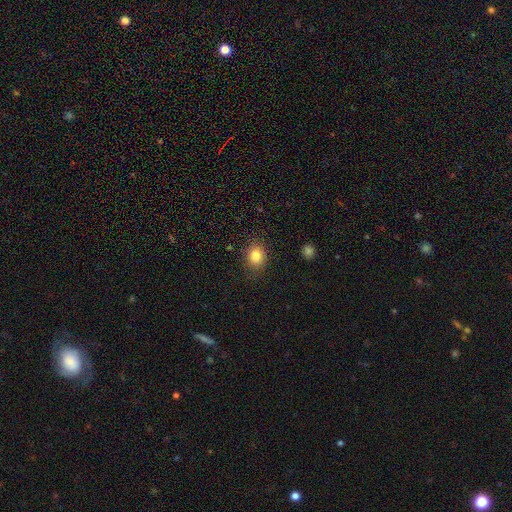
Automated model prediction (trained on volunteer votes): A smooth galaxy with no disk features (84%) that is round (58%).

Vote fractions:
- Smooth or featured? smooth: 84% / star or artifact: 10% / featured or disk: 6%
- How rounded? round: 58% / in between: 41% / cigar-shaped: 1%
- Merging? none: 84% / minor disturbance: 11% / major disturbance: 3% / merger: 1%